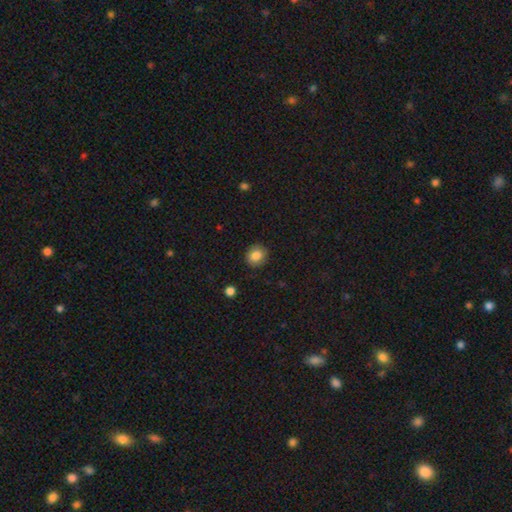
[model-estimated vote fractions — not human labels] This appears to be a smooth galaxy with no disk features (84%) that is round (76%). Merging: none (88%).